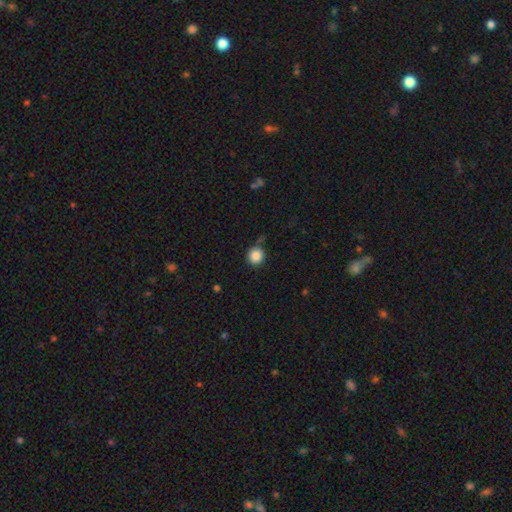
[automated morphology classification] Smooth or featured?
  - smooth: 87% *
  - star or artifact: 10%
  - featured or disk: 4%
How rounded?
  - round: 91% *
  - in between: 8%
  - cigar-shaped: 1%
Merging?
  - none: 77% *
  - minor disturbance: 14%
  - merger: 5%
  - major disturbance: 4%